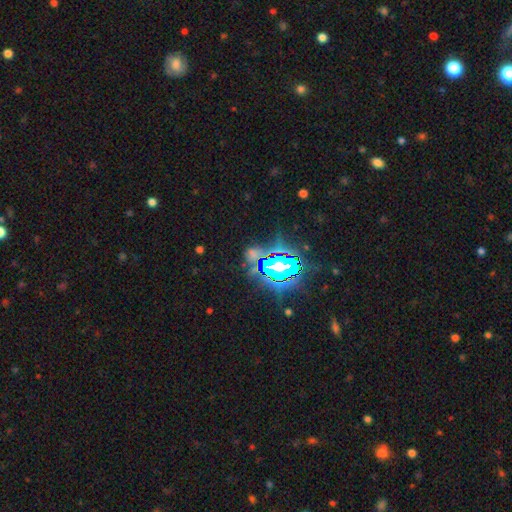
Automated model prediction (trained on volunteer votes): smooth_or_featured: star or artifact (p=0.68) [alt: smooth p=0.20]